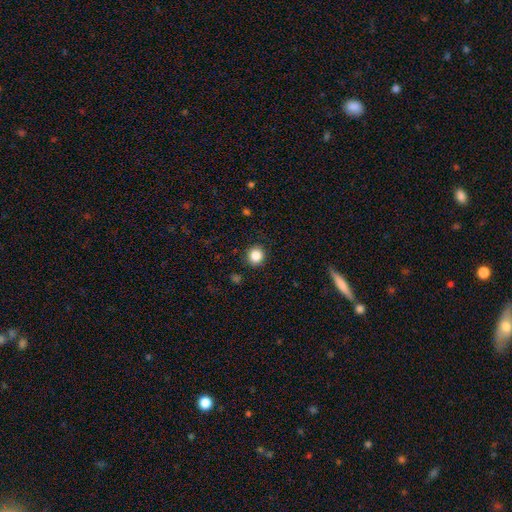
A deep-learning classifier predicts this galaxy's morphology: Smooth or featured? smooth (85%)
How rounded? round (92%)
Merging? none (91%)